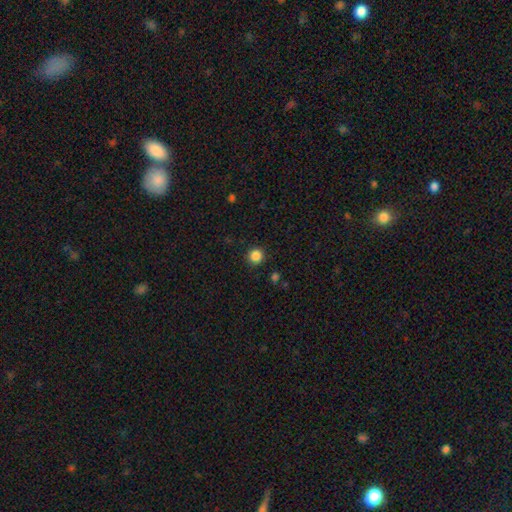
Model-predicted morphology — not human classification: A smooth galaxy with no disk features (86%) that is round (94%). Merging: none (91%).